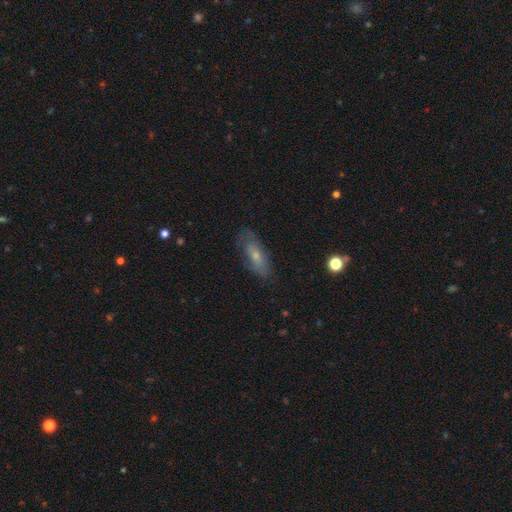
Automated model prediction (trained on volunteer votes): Smooth or featured: smooth — 48% (featured or disk — 43%)
Merging: none — 77% (minor disturbance — 17%)